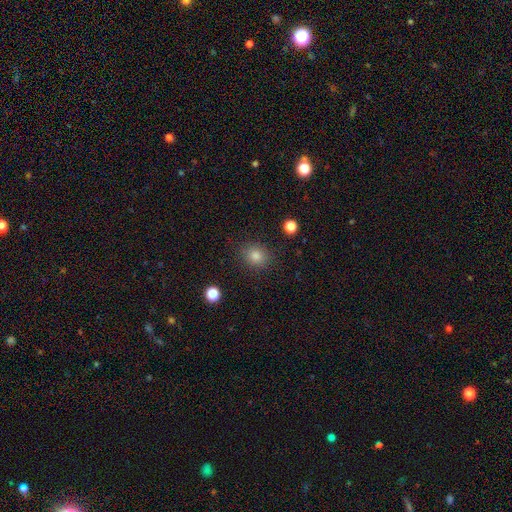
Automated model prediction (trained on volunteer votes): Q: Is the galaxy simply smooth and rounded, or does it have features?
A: smooth — 81%.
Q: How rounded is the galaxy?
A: round — 71%.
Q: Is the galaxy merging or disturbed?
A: none — 88%.